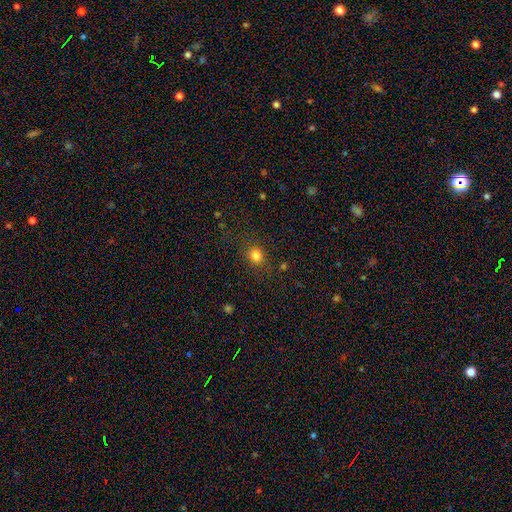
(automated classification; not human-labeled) A smooth galaxy with no disk features (80%) that is round (64%).

Vote fractions:
- Smooth or featured? smooth: 80% / star or artifact: 13% / featured or disk: 7%
- How rounded? round: 64% / in between: 34% / cigar-shaped: 1%
- Merging? none: 79% / minor disturbance: 13% / major disturbance: 6% / merger: 2%